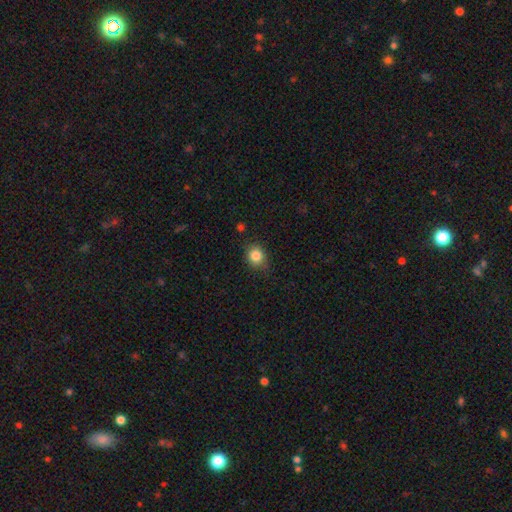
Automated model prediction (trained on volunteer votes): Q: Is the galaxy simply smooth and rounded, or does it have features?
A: smooth — 84%.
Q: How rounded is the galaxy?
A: round — 69%.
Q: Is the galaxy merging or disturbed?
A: none — 79%.